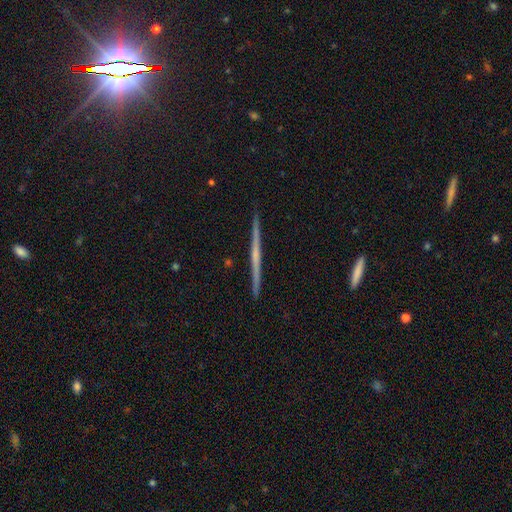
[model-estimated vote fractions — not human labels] The model was most divided on "smooth or featured": featured or disk: 70%, smooth: 23%, star or artifact: 7%. More confident: edge-on disk — yes (98%); merging — none (92%); edge-on bulge — none (72%).